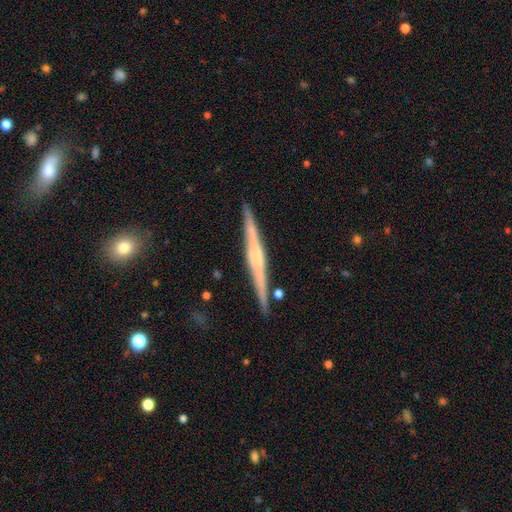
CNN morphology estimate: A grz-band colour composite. It shows a featured or disk galaxy (74%) viewed edge-on (98%) with a rounded central bulge (42%). Merging: none (89%).